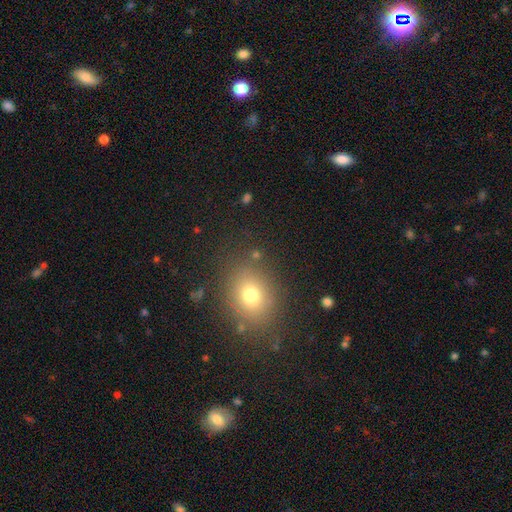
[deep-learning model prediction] smooth-or-featured: smooth: 72% | star or artifact: 17% | featured or disk: 11%
  how-rounded: in between: 50% | round: 49% | cigar-shaped: 1%
  merging: none: 82% | minor disturbance: 11% | major disturbance: 4% | merger: 3%